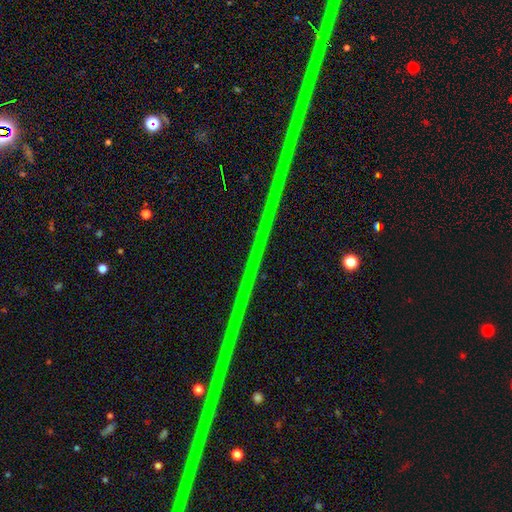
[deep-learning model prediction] Smooth or featured: star or artifact — 90% (featured or disk — 6%)